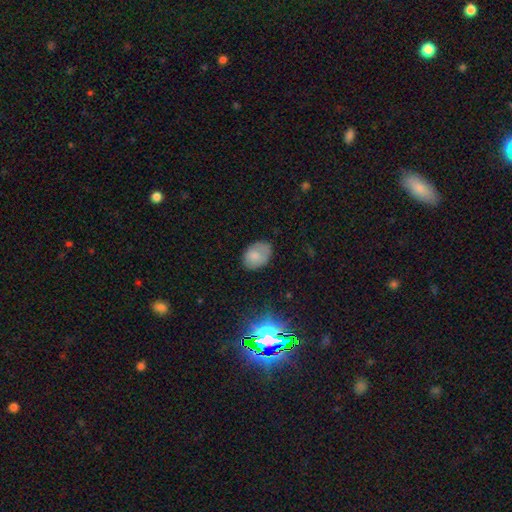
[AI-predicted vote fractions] Smooth or featured? smooth (77%)
How rounded? in between (78%)
Merging? none (70%)